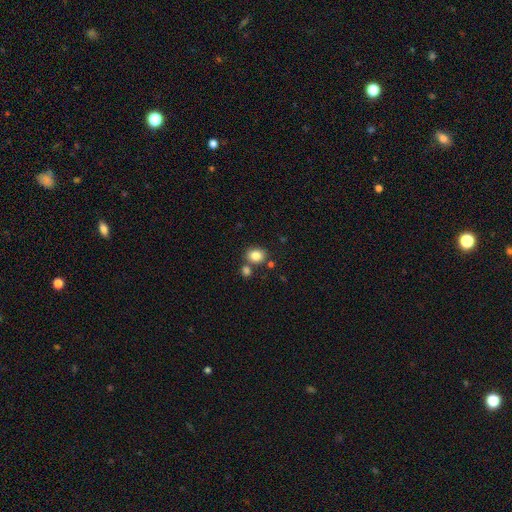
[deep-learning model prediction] Morphology: type=smooth (83%); roundness=round (63%); merging=none (69%).